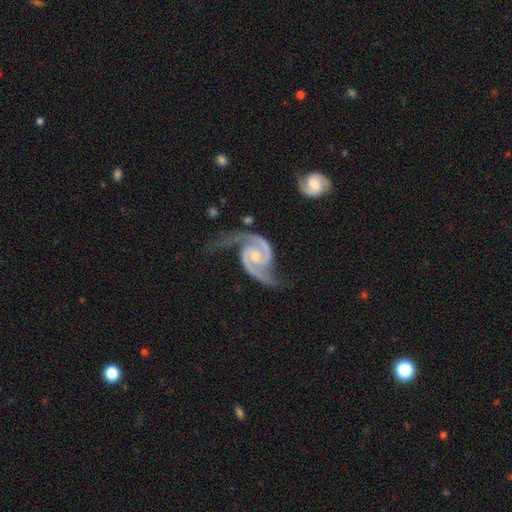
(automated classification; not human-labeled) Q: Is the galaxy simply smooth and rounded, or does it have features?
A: featured or disk — 94%.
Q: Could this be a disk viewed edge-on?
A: no — 98%.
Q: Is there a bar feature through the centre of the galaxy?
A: no — 54%.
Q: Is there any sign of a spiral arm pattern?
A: yes — 99%.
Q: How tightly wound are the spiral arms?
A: medium — 60%.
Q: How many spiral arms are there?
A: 2 — 94%.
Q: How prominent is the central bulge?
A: small — 53%.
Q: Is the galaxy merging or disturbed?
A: none — 61%.